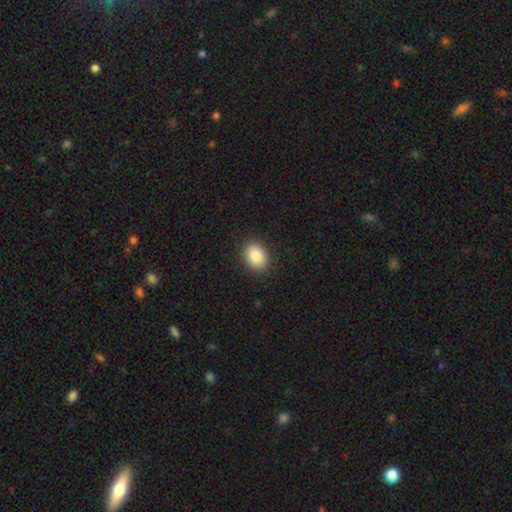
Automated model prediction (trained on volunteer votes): The model was most divided on "how rounded": in between: 73%, round: 26%, cigar-shaped: 1%. More confident: merging — none (89%); smooth or featured — smooth (86%).